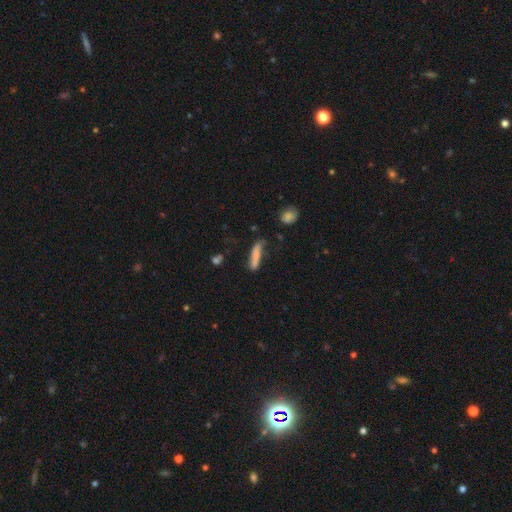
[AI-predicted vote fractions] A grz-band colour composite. It shows a smooth galaxy with no disk features (75%) that is cigar-shaped (81%). Merging: none (52%).